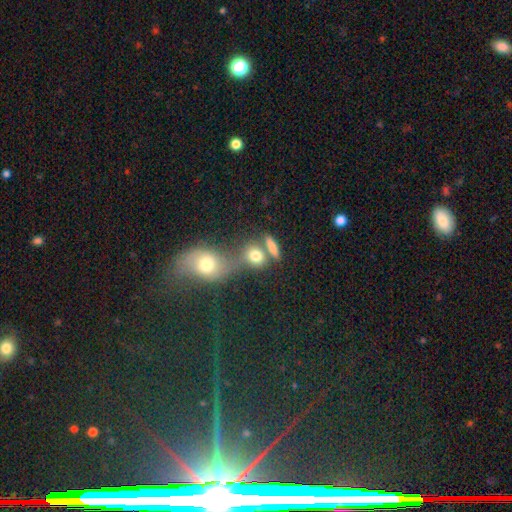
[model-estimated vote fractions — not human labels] Overall: smooth (75%). How rounded: round (56%; in between 38%). Merging: merger (43%; none 42%).